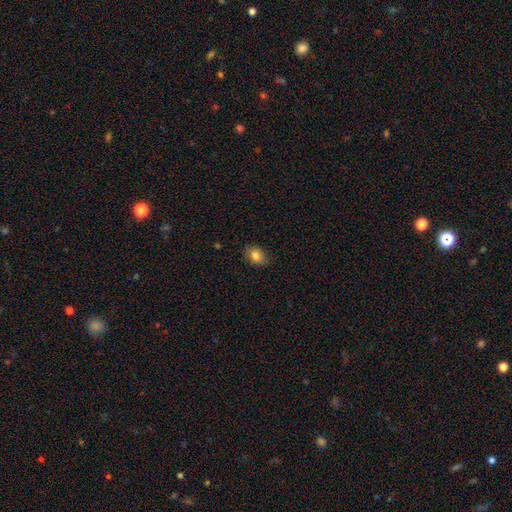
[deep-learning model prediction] Overall: smooth (83%). How rounded: in between (70%). Merging: none (86%).